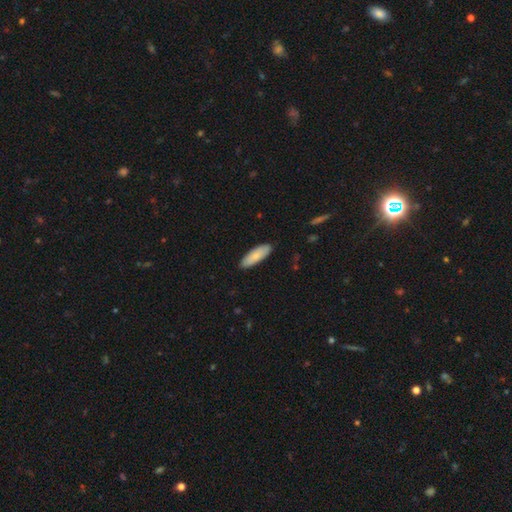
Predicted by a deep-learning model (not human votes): The model was most divided on "how rounded": in between: 58%, cigar-shaped: 40%, round: 2%. More confident: merging — none (88%); smooth or featured — smooth (80%).